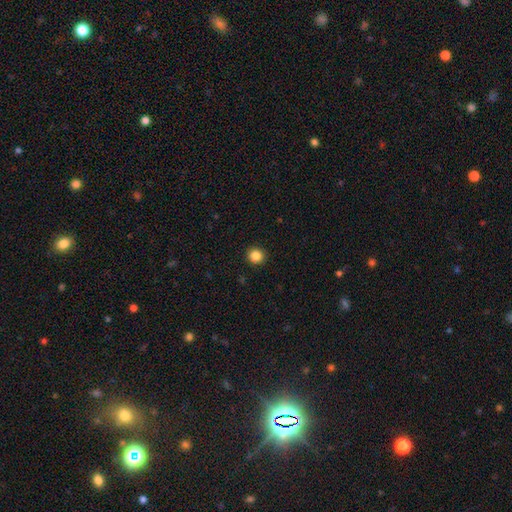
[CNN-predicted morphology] Overall: smooth (85%). How rounded: round (92%). Merging: none (93%).